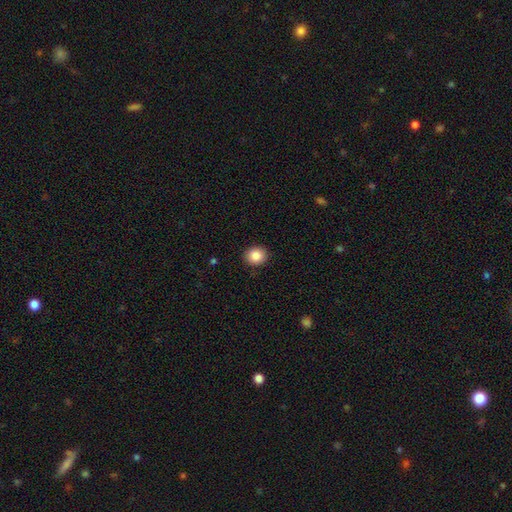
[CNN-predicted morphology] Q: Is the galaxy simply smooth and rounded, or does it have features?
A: smooth — 86%.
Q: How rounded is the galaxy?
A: round — 78%.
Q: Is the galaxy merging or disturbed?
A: none — 90%.